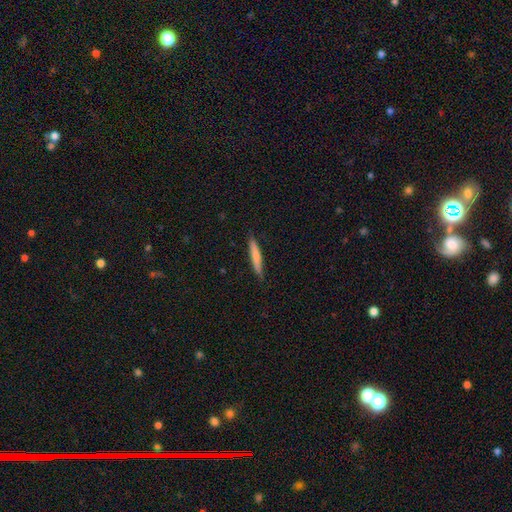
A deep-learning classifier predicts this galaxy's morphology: type=smooth (71%); roundness=cigar-shaped (94%); merging=none (87%).